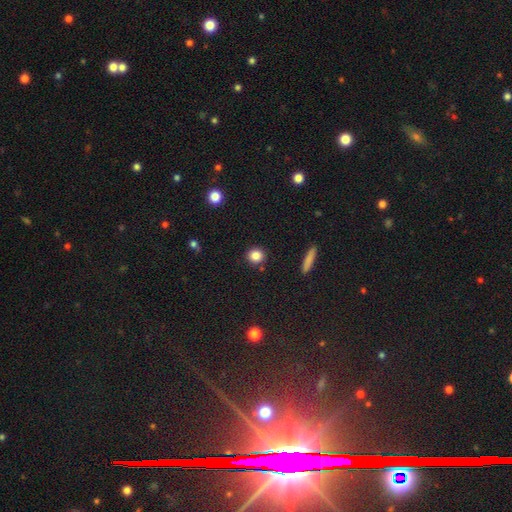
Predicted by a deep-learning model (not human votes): smooth_or_featured: smooth (p=0.84) [alt: star or artifact p=0.10]
how_rounded: round (p=0.88) [alt: in between p=0.10]
merging: none (p=0.89) [alt: minor disturbance p=0.06]